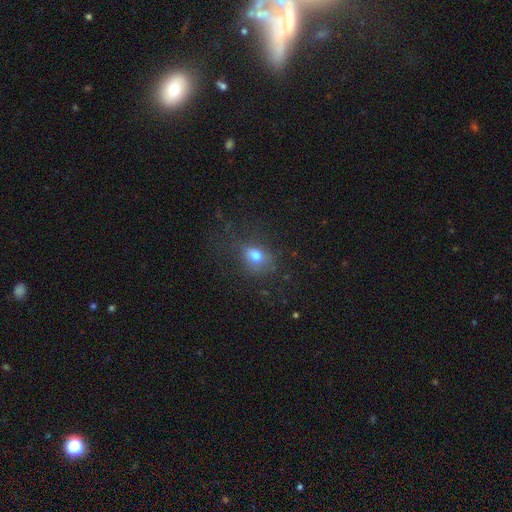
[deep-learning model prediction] A smooth galaxy with no disk features (74%) that is in between round and cigar-shaped (57%).

Vote fractions:
- Smooth or featured? smooth: 74% / star or artifact: 14% / featured or disk: 12%
- How rounded? in between: 57% / round: 40% / cigar-shaped: 2%
- Merging? none: 58% / minor disturbance: 23% / major disturbance: 16% / merger: 2%